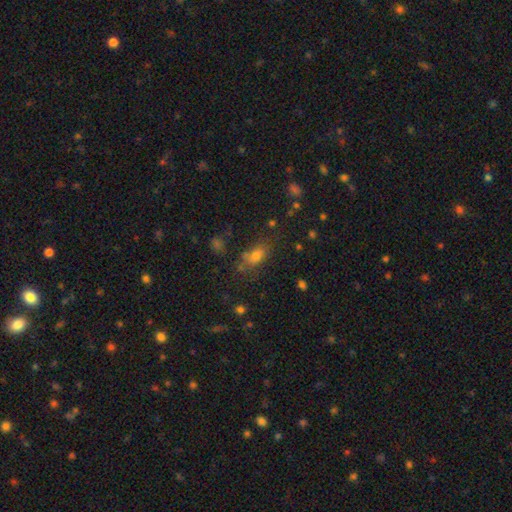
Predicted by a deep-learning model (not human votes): smooth-or-featured: smooth: 71% | star or artifact: 18% | featured or disk: 11%
  how-rounded: in between: 76% | round: 16% | cigar-shaped: 8%
  merging: none: 61% | minor disturbance: 20% | major disturbance: 10% | merger: 9%